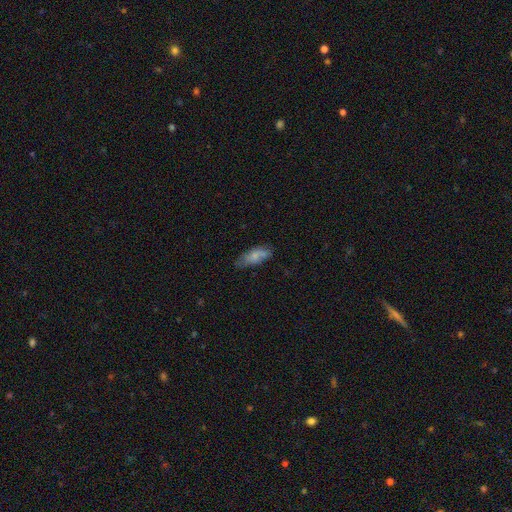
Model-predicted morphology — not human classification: This appears to be a smooth galaxy with no disk features (67%) that is in between round and cigar-shaped (75%). Merging: none (58%).